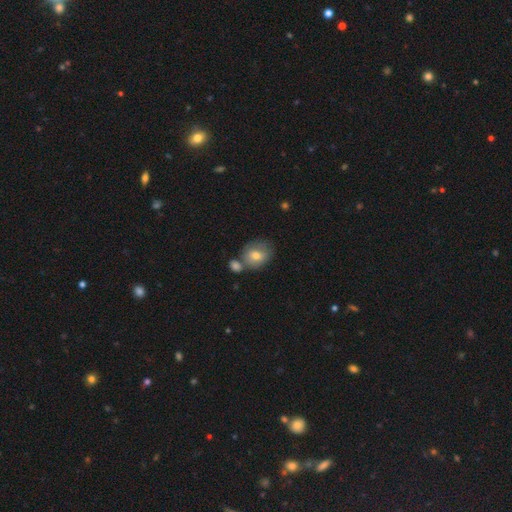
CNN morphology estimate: smooth_or_featured: smooth (p=0.71) [alt: featured or disk p=0.20]
how_rounded: round (p=0.57) [alt: in between p=0.41]
merging: none (p=0.48) [alt: merger p=0.30]